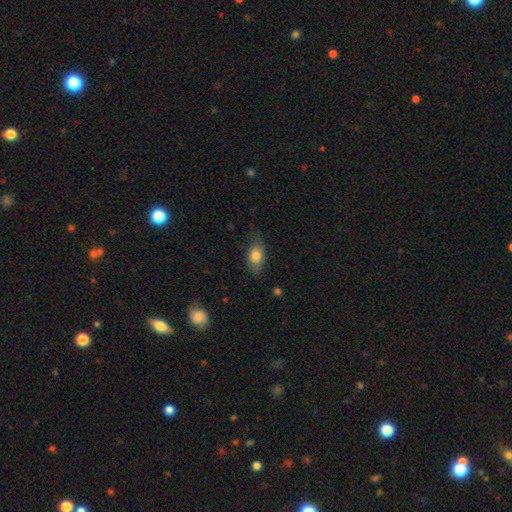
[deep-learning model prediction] Smooth or featured?
  - smooth: 79% *
  - featured or disk: 14%
  - star or artifact: 8%
How rounded?
  - in between: 85% *
  - round: 10%
  - cigar-shaped: 4%
Merging?
  - none: 69% *
  - minor disturbance: 24%
  - major disturbance: 6%
  - merger: 1%